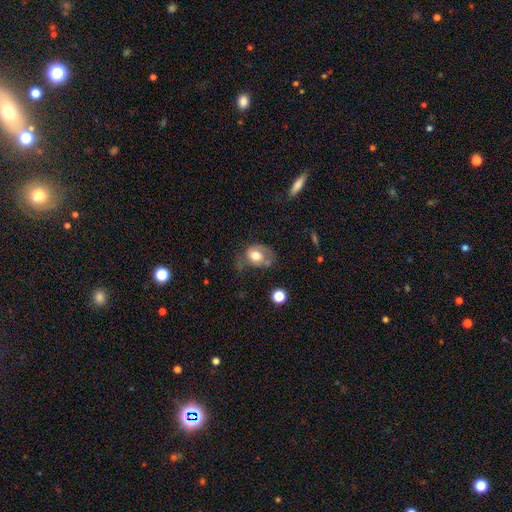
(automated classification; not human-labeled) This is likely a smooth galaxy (65%). How rounded: possibly in between (54%). Merging: marginally none (32%).